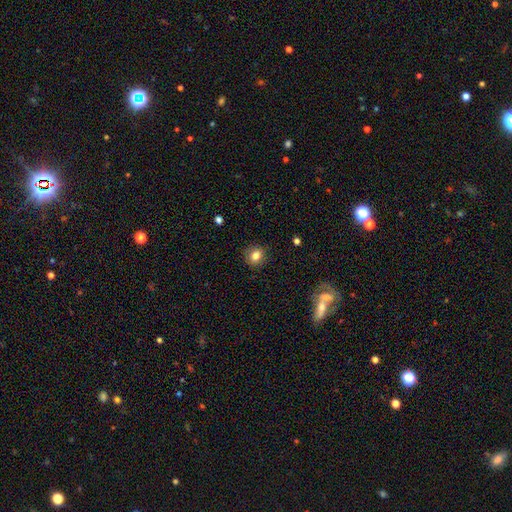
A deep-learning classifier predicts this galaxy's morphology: This is clearly a smooth galaxy (82%). How rounded: clearly round (82%). Merging: clearly none (88%).